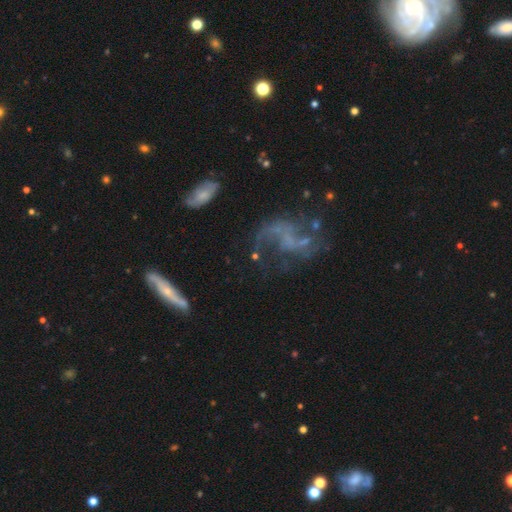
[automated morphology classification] smooth-or-featured: featured or disk: 71% | smooth: 15% | star or artifact: 14%
  disk-edge-on: no: 94% | yes: 6%
    bar: no: 60% | weak: 28% | strong: 12%
    has-spiral-arms: yes: 71% | no: 29%
    bulge-size: none: 64% | small: 23% | moderate: 9% | large: 3% | dominant: 1%
  merging: none: 45% | major disturbance: 30% | minor disturbance: 16% | merger: 8%